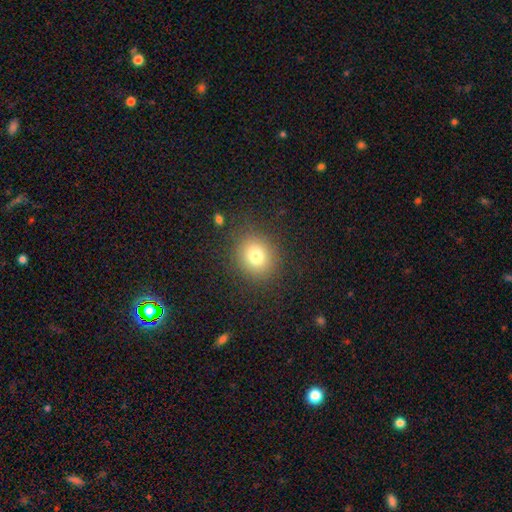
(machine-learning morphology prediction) Smooth or featured? smooth (77%)
How rounded? round (82%)
Merging? none (86%)